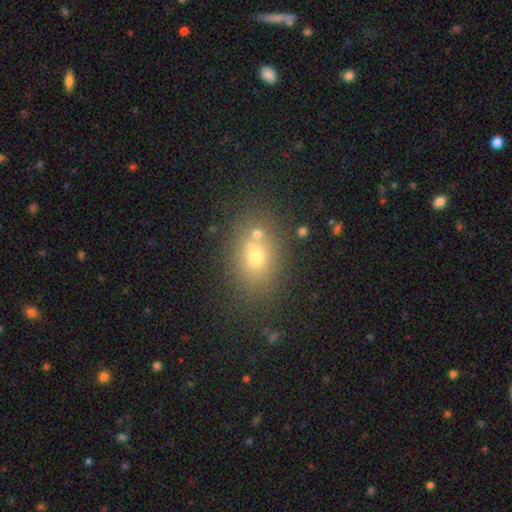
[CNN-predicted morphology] smooth_or_featured: smooth (p=0.64) [alt: featured or disk p=0.19]
how_rounded: in between (p=0.63) [alt: round p=0.36]
merging: none (p=0.58) [alt: merger p=0.25]